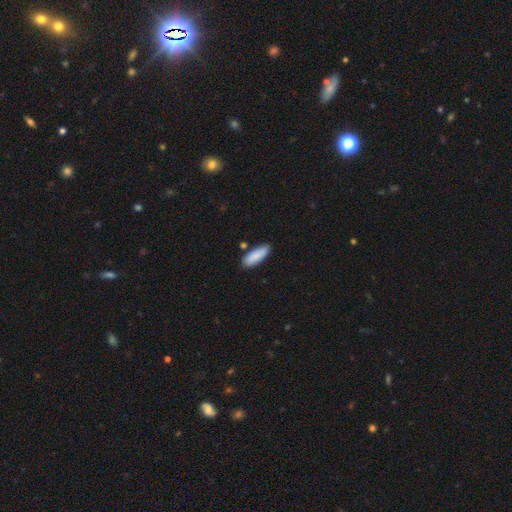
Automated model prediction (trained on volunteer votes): The model was most divided on "how rounded": in between: 69%, cigar-shaped: 29%, round: 2%. More confident: smooth or featured — smooth (87%); merging — none (79%).